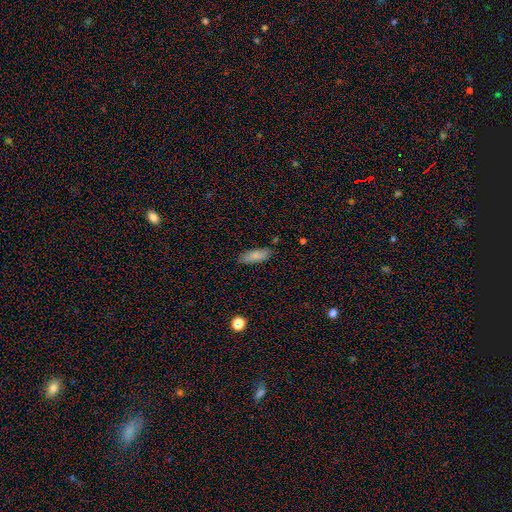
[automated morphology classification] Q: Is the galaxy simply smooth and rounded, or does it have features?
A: smooth — 83%.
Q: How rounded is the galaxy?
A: in between — 68%.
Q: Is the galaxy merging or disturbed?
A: none — 83%.